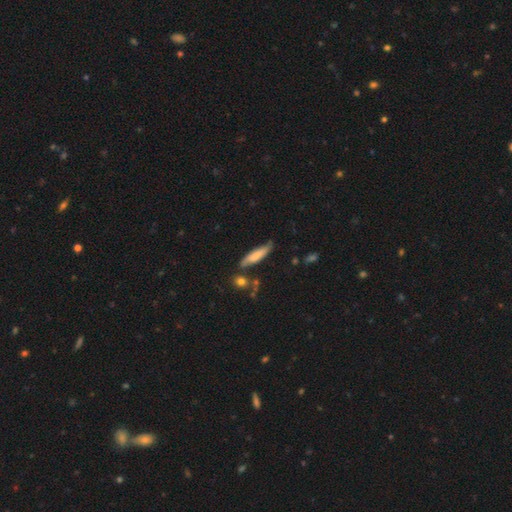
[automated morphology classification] smooth 68%, featured or disk 25%, star or artifact 6%. Down the decision tree: how rounded — cigar-shaped (76%); merging — none (67%).